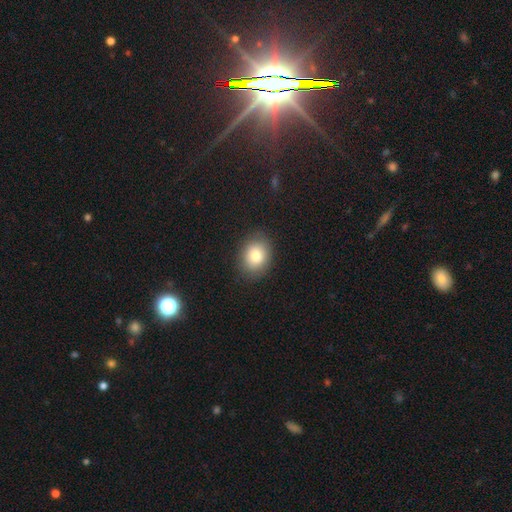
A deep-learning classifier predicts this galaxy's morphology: Smooth or featured? Predicted: smooth (p=0.81). How rounded? Predicted: in between (p=0.56). Merging? Predicted: none (p=0.85).